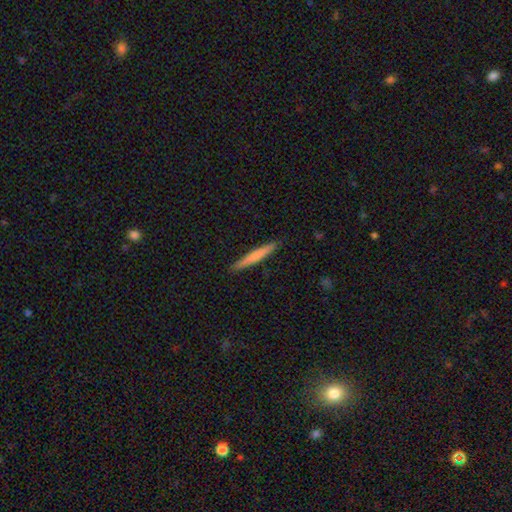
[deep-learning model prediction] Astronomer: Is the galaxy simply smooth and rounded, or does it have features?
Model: smooth — 70%.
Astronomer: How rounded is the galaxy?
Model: cigar-shaped — 96%.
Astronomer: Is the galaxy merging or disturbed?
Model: none — 91%.